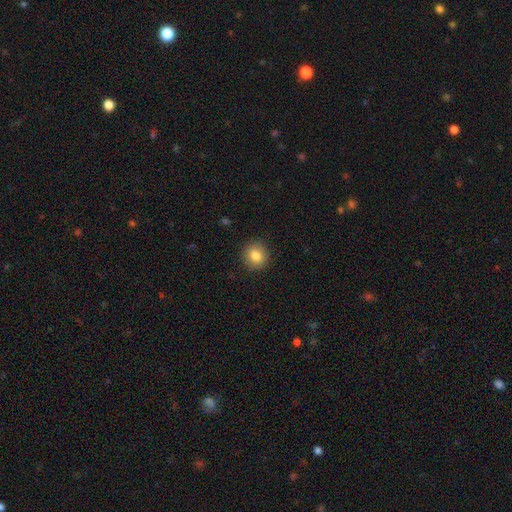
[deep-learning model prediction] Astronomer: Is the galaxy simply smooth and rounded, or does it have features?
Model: smooth — 83%.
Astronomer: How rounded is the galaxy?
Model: round — 85%.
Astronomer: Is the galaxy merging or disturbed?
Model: none — 90%.